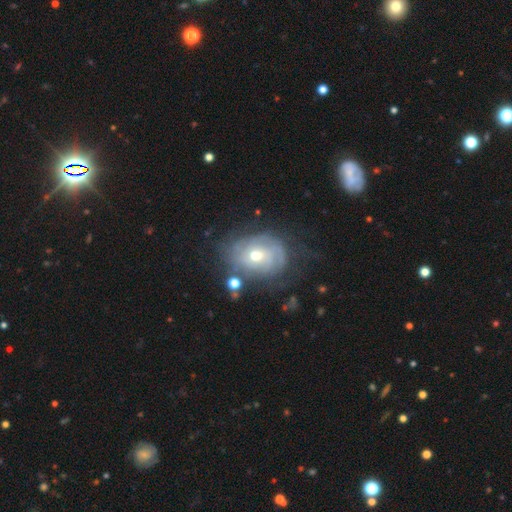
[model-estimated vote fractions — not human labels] This is likely a featured or disk galaxy (68%). It is clearly not viewed edge-on (96%). Bar: likely no (73%). Spiral arm pattern: likely yes (76%). Central bulge: possibly small (48%). Merging: possibly none (56%).